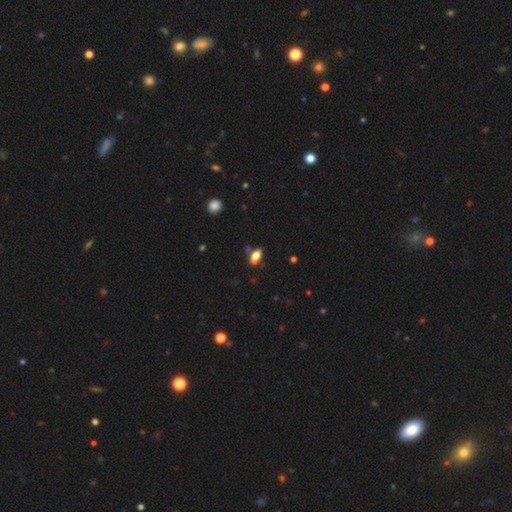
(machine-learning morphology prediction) Q: Smooth or featured?
A: smooth (76%); runner-up: featured or disk (15%)
Q: How rounded?
A: in between (87%); runner-up: cigar-shaped (9%)
Q: Merging?
A: none (72%); runner-up: minor disturbance (16%)